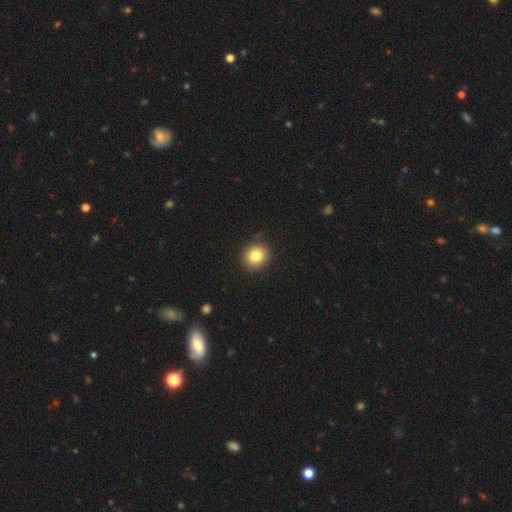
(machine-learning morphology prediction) Overall: smooth (82%). How rounded: round (80%). Merging: none (89%).